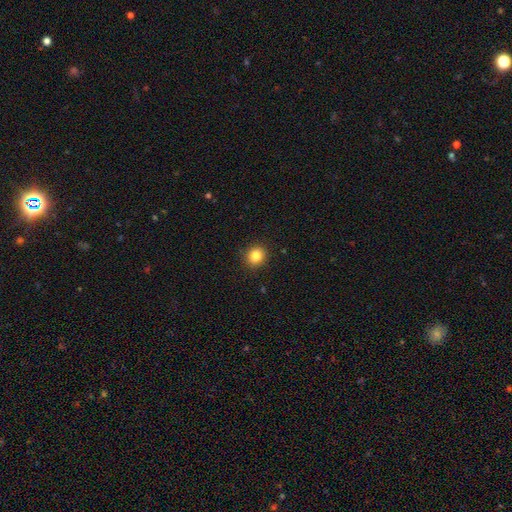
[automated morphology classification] Overall: smooth (84%). How rounded: round (86%). Merging: none (91%).